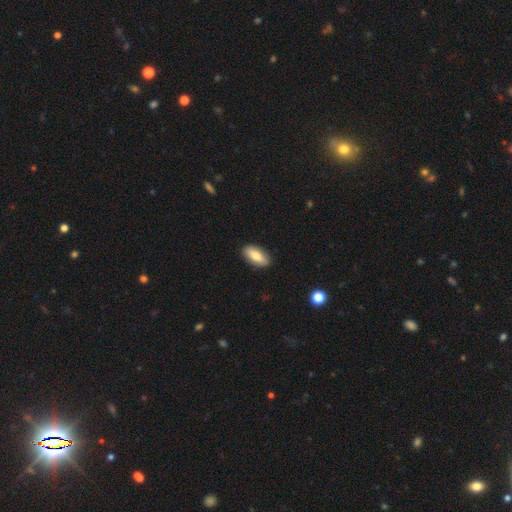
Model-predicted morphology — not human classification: Smooth or featured: smooth — 75% (featured or disk — 18%)
How rounded: in between — 86% (cigar-shaped — 12%)
Merging: none — 88% (minor disturbance — 9%)